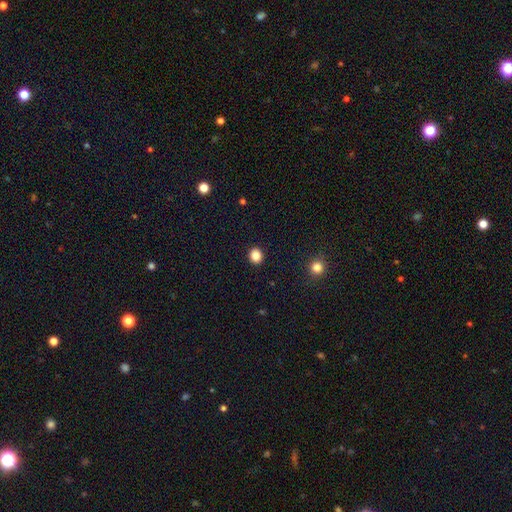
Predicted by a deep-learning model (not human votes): smooth-or-featured: smooth: 85% | star or artifact: 11% | featured or disk: 4%
  how-rounded: round: 76% | in between: 23% | cigar-shaped: 1%
  merging: none: 92% | minor disturbance: 5% | major disturbance: 2% | merger: 1%